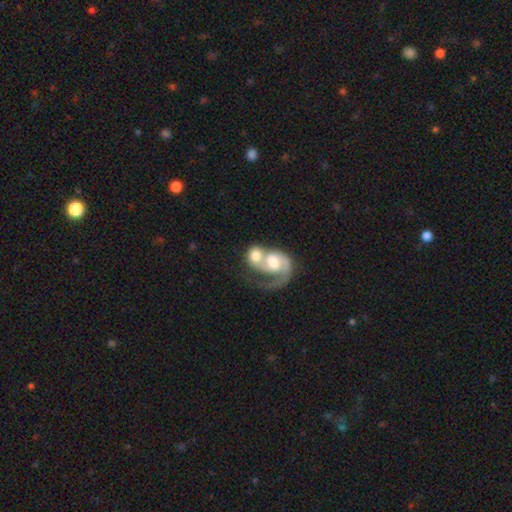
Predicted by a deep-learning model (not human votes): A featured or disk galaxy (65%) with no bar (60%), 1 (61%) loose (38%) spiral arms (85%) and a moderate central bulge (55%). Merging: merger (78%).